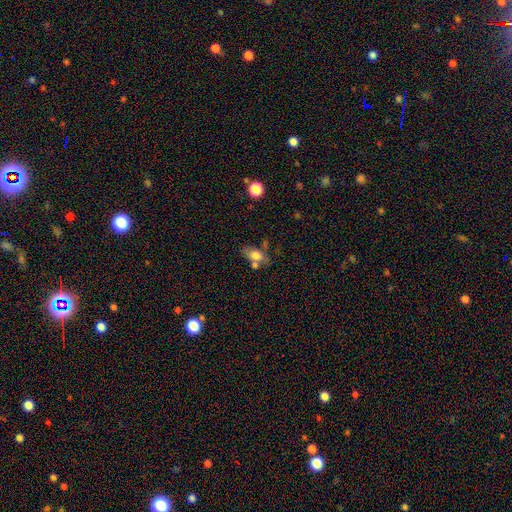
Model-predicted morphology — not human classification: Smooth or featured? smooth (70%)
How rounded? in between (82%)
Merging? none (51%)